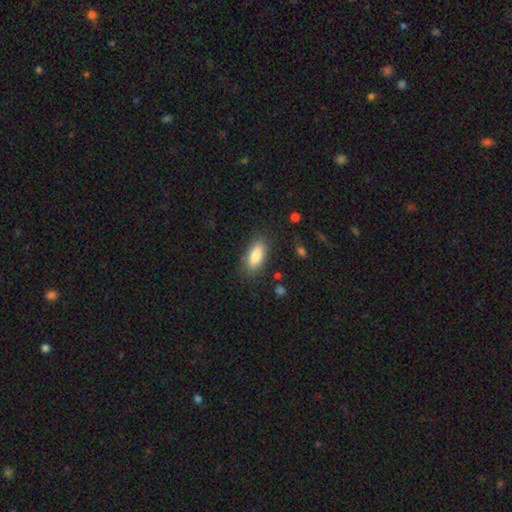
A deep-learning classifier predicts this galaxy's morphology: smooth 83%, featured or disk 11%, star or artifact 7%. Down the decision tree: how rounded — in between (77%); merging — none (82%).